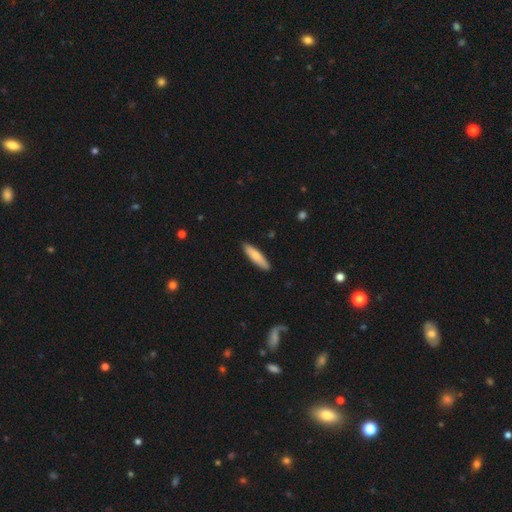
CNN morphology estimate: Overall: smooth (76%). How rounded: cigar-shaped (74%). Merging: none (89%).